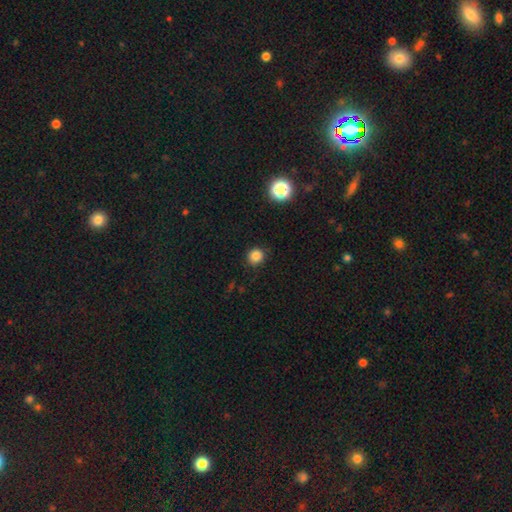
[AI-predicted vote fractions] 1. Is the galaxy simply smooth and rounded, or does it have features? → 83% smooth, 13% star or artifact, 4% featured or disk.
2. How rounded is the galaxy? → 90% round, 9% in between, 1% cigar-shaped.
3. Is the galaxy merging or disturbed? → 86% none, 10% minor disturbance, 3% major disturbance, 1% merger.